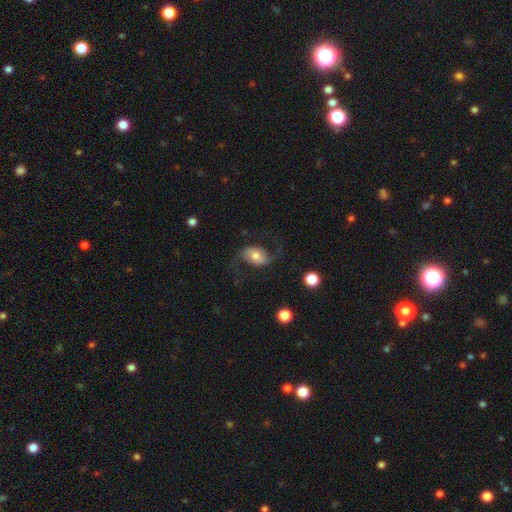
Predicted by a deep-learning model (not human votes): This is likely a featured or disk galaxy (64%). It is clearly not viewed edge-on (96%). Bar: possibly no (52%). Spiral arm pattern: clearly yes (89%). Spiral arm count: clearly 2 (92%). Spiral winding: likely loose (74%). Central bulge: likely moderate (66%). Merging: likely none (65%).